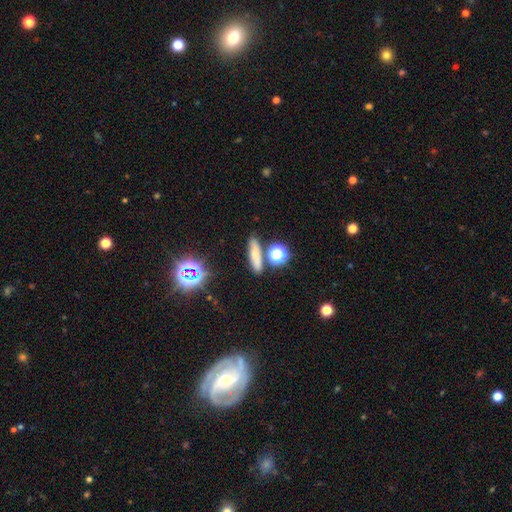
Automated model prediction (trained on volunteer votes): smooth-or-featured: smooth: 66% | star or artifact: 20% | featured or disk: 15%
  how-rounded: cigar-shaped: 58% | in between: 25% | round: 16%
  merging: none: 78% | minor disturbance: 10% | merger: 9% | major disturbance: 3%